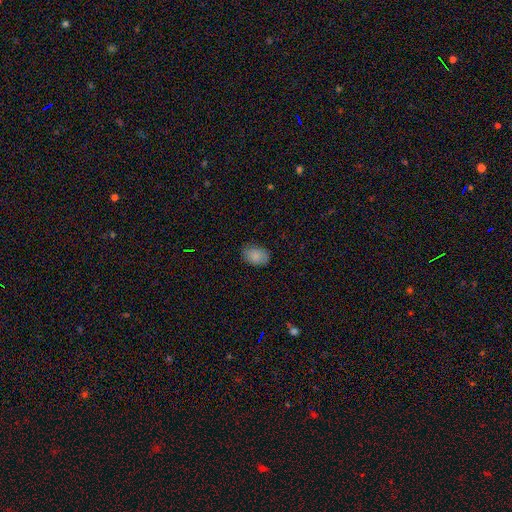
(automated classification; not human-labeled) Smooth or featured: smooth — 86% (star or artifact — 8%)
How rounded: in between — 81% (round — 18%)
Merging: none — 81% (minor disturbance — 15%)